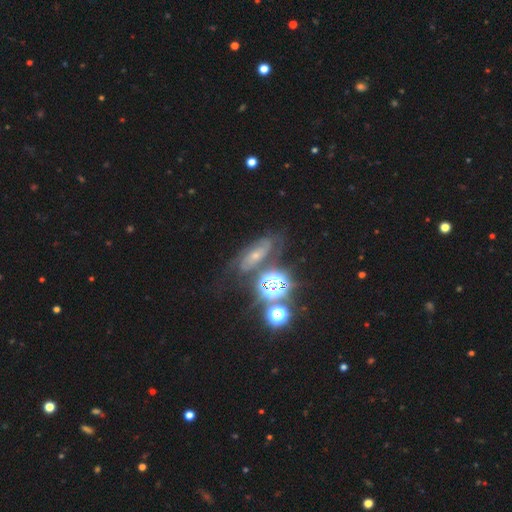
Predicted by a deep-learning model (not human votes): A featured or disk galaxy (48%).

Vote fractions:
- Smooth or featured? featured or disk: 48% / star or artifact: 32% / smooth: 20%
- Merging? none: 60% / minor disturbance: 20% / major disturbance: 13% / merger: 8%